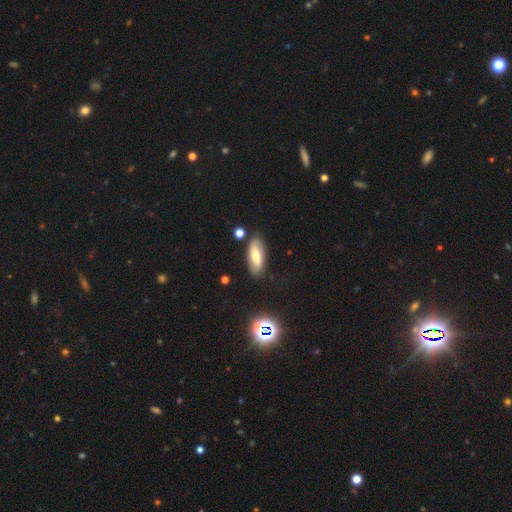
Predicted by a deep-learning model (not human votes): smooth_or_featured: smooth (p=0.49) [alt: featured or disk p=0.43]
merging: none (p=0.81) [alt: minor disturbance p=0.13]